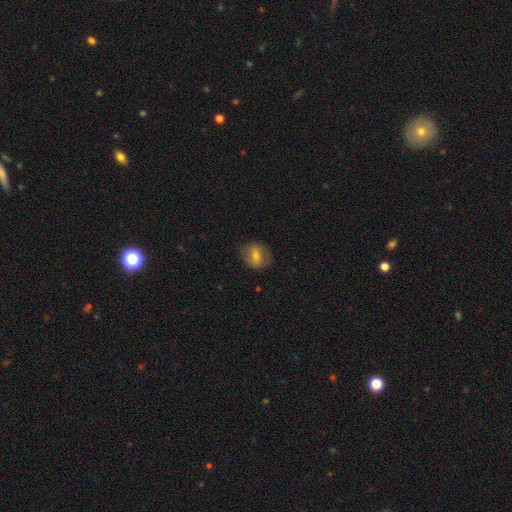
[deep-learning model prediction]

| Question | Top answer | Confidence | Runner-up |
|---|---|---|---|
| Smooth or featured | smooth | 61% | featured or disk (30%) |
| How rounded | in between | 50% | round (48%) |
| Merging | none | 77% | minor disturbance (16%) |